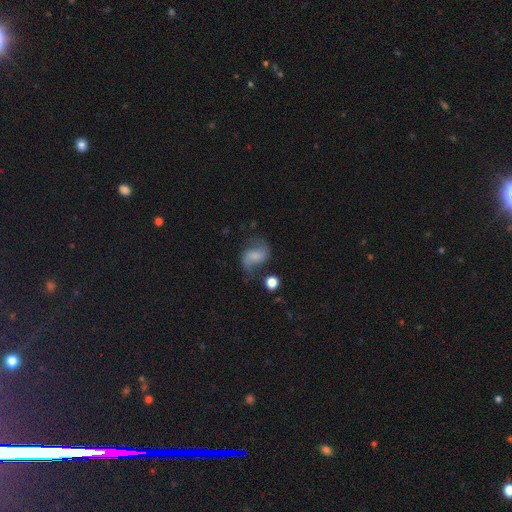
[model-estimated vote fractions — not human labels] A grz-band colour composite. It shows a featured or disk galaxy (60%) with no bar (51%), 2 (90%) loose (65%) spiral arms (90%) and no central bulge (36%). Merging: none (57%).